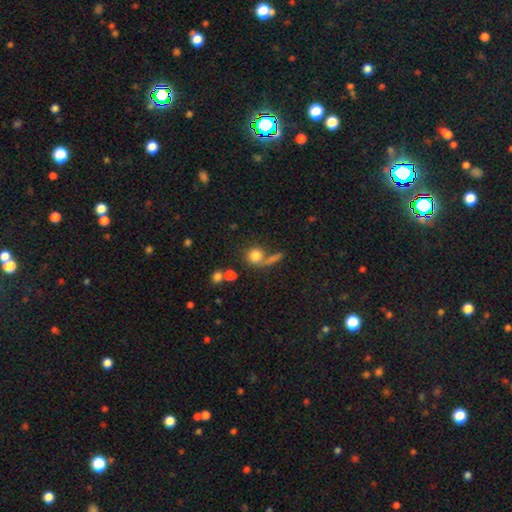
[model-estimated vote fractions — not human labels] This appears to be a smooth galaxy with no disk features (78%) that is round (84%). Merging: none (56%).